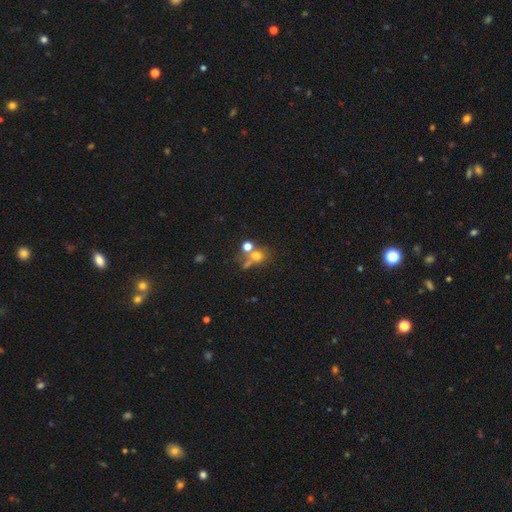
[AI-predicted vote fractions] A smooth galaxy with no disk features (64%) that is round (77%).

Vote fractions:
- Smooth or featured? smooth: 64% / star or artifact: 19% / featured or disk: 17%
- How rounded? round: 77% / in between: 21% / cigar-shaped: 2%
- Merging? none: 43% / merger: 40% / minor disturbance: 10% / major disturbance: 8%